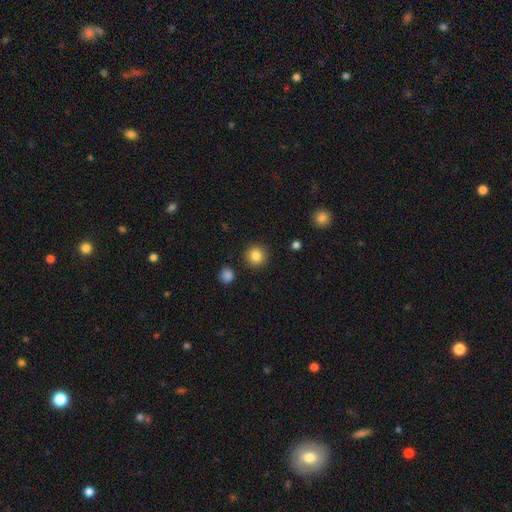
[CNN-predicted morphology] type=smooth (84%); roundness=round (95%); merging=none (91%).